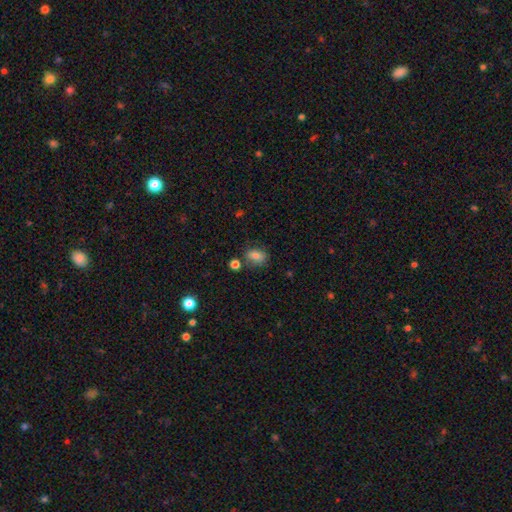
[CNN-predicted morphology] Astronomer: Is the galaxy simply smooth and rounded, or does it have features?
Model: smooth — 77%.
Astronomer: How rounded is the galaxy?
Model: in between — 68%.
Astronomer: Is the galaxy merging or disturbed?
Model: none — 71%.